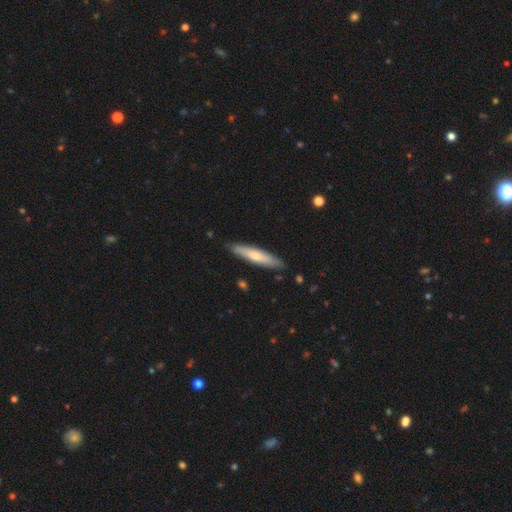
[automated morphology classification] smooth 60%, featured or disk 35%, star or artifact 5%. Down the decision tree: how rounded — cigar-shaped (84%); merging — none (87%).